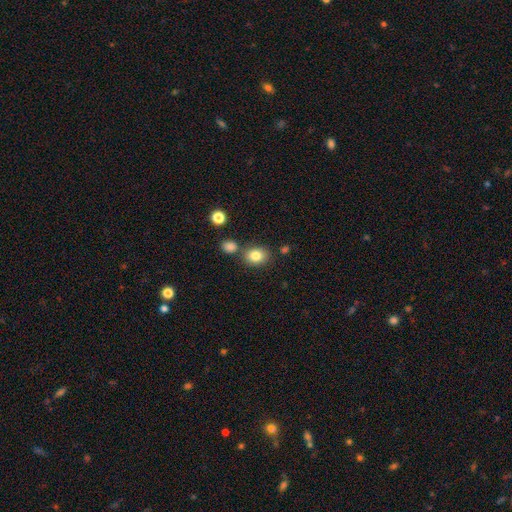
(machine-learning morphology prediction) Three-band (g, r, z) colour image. It shows a smooth galaxy with no disk features (83%) that is round (50%). Merging: none (72%).